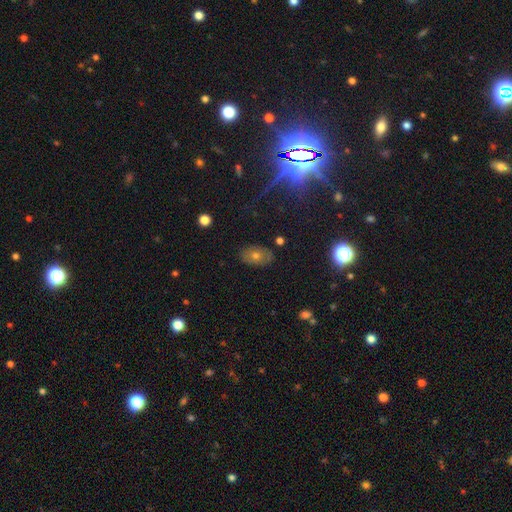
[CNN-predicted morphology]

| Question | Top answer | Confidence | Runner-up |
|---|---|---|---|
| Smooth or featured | smooth | 45% | featured or disk (28%) |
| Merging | none | 81% | minor disturbance (13%) |